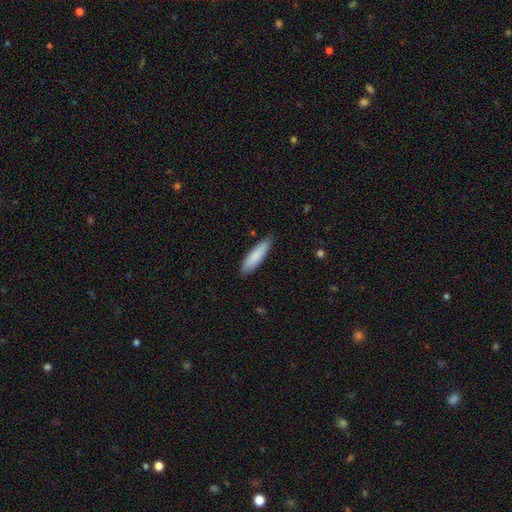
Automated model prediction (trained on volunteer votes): smooth_or_featured: smooth (p=0.85) [alt: featured or disk p=0.09]
how_rounded: cigar-shaped (p=0.73) [alt: in between p=0.26]
merging: none (p=0.86) [alt: minor disturbance p=0.11]